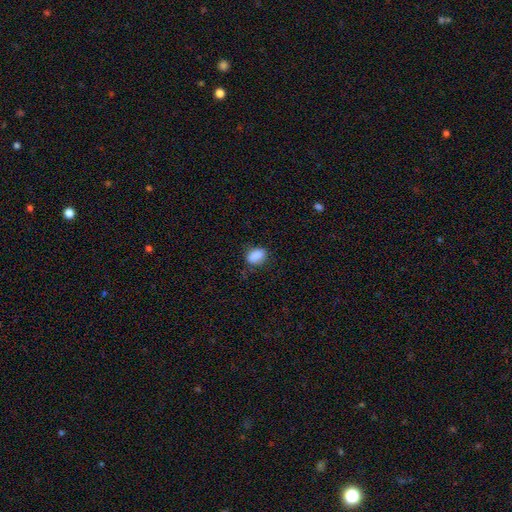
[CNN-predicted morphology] Q: Smooth or featured?
A: smooth (87%); runner-up: star or artifact (8%)
Q: How rounded?
A: in between (80%); runner-up: round (17%)
Q: Merging?
A: none (73%); runner-up: minor disturbance (20%)